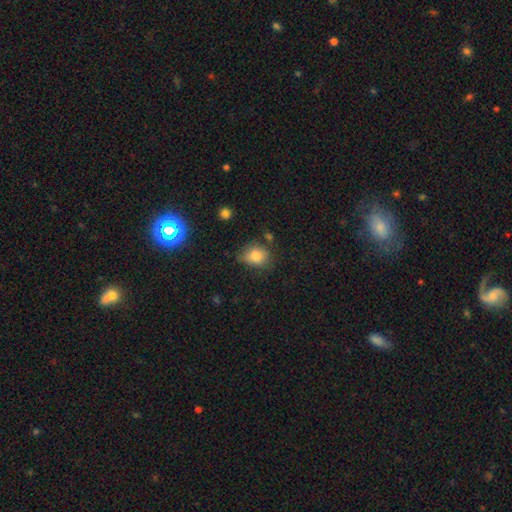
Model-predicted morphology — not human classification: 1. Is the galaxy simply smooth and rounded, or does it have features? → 79% smooth, 12% star or artifact, 9% featured or disk.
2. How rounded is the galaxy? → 58% round, 41% in between, 1% cigar-shaped.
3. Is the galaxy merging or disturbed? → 61% none, 27% minor disturbance, 7% major disturbance, 5% merger.